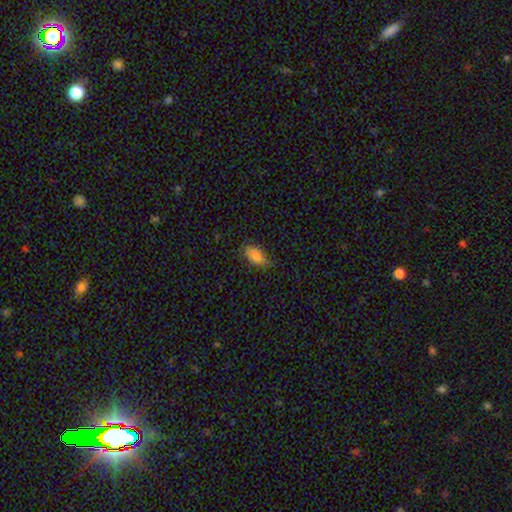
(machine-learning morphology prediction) Smooth or featured? smooth (79%)
How rounded? in between (91%)
Merging? none (58%)